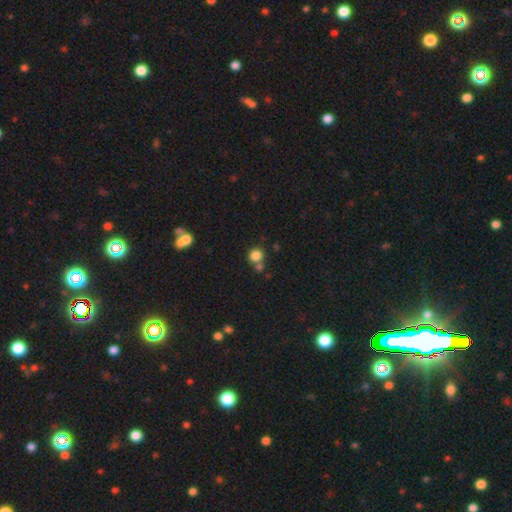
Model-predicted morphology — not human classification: smooth 82%, star or artifact 12%, featured or disk 6%. Down the decision tree: how rounded — round (87%); merging — none (62%).